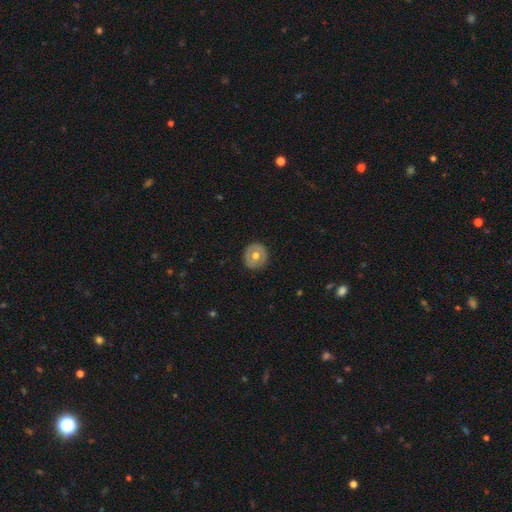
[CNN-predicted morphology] smooth-or-featured: smooth: 50% | featured or disk: 44% | star or artifact: 6%
  how-rounded: round: 90% | in between: 9% | cigar-shaped: 1%
  merging: none: 88% | minor disturbance: 9% | major disturbance: 2% | merger: 1%